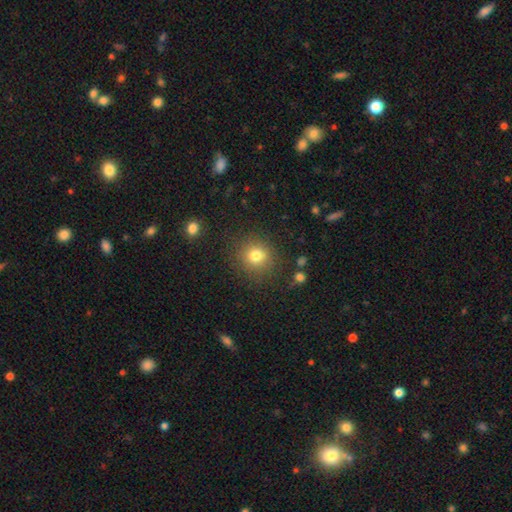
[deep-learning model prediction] The model was most divided on "smooth or featured": smooth: 78%, star or artifact: 14%, featured or disk: 8%. More confident: how rounded — round (89%); merging — none (85%).